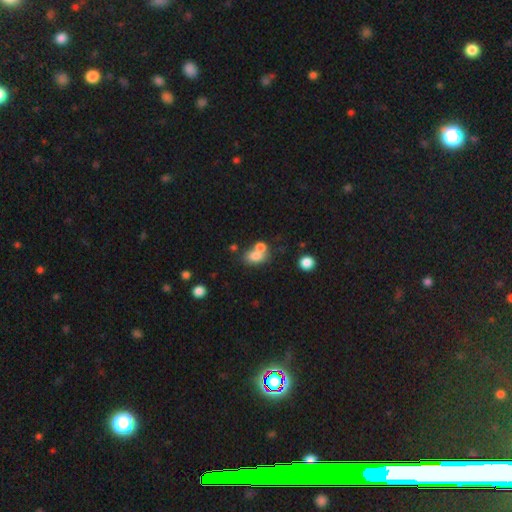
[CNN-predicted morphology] Overall: smooth (76%). How rounded: in between (74%). Merging: merger (52%; none 33%).